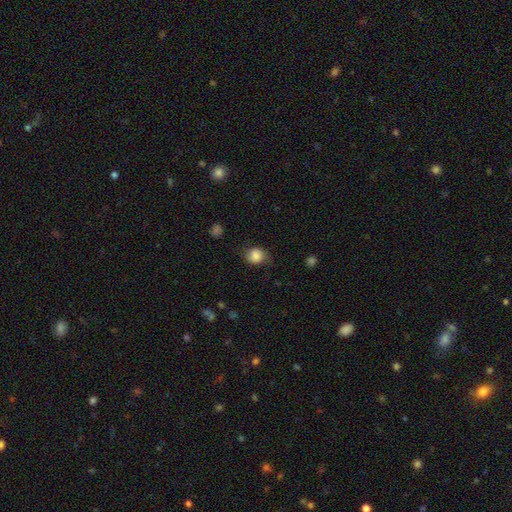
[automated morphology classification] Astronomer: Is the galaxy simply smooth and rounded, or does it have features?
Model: smooth — 82%.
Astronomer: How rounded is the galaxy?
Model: round — 68%.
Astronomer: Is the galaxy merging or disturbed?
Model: none — 70%.